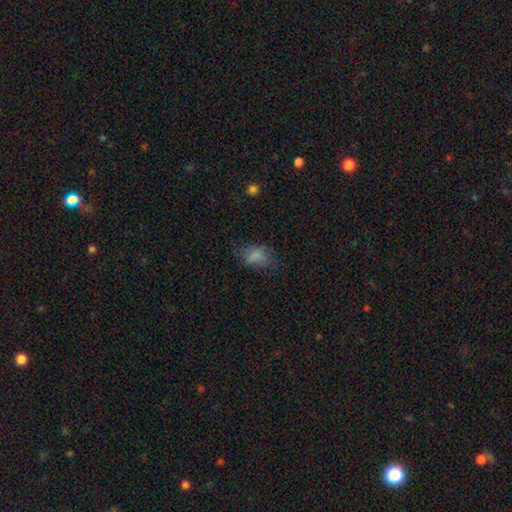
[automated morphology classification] Q: Smooth or featured?
A: smooth (76%); runner-up: star or artifact (13%)
Q: How rounded?
A: in between (81%); runner-up: round (17%)
Q: Merging?
A: none (53%); runner-up: minor disturbance (26%)